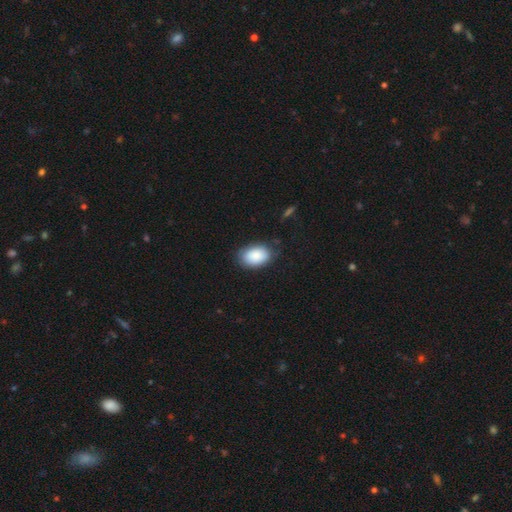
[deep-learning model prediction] Overall: smooth (87%). How rounded: in between (89%). Merging: none (78%).